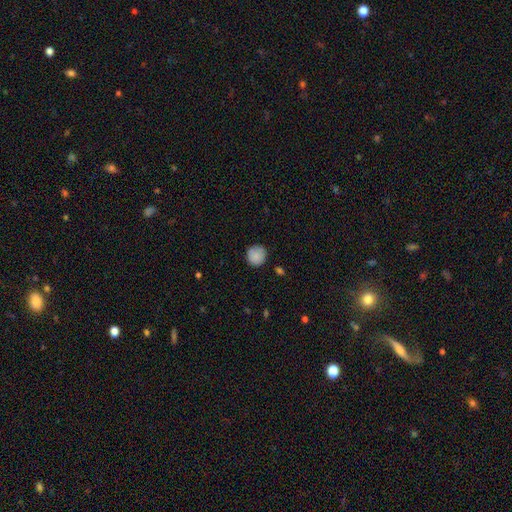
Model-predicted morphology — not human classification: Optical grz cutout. It shows a smooth galaxy with no disk features (87%) that is round (93%). Merging: none (85%).